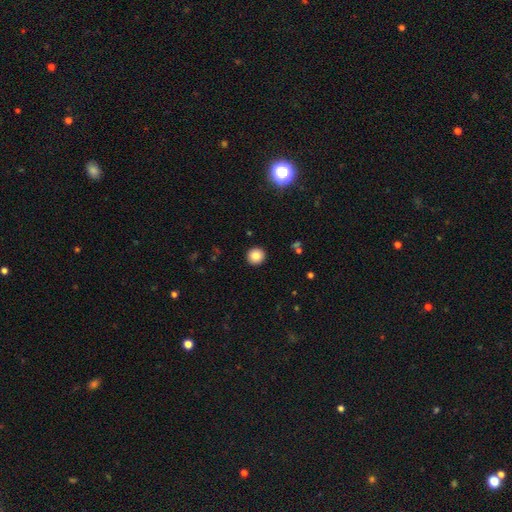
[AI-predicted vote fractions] Q: Smooth or featured?
A: smooth (83%); runner-up: star or artifact (10%)
Q: How rounded?
A: round (94%); runner-up: in between (5%)
Q: Merging?
A: none (93%); runner-up: minor disturbance (5%)